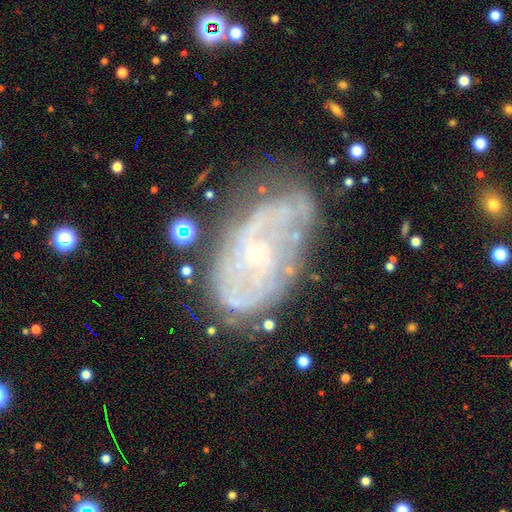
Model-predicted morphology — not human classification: A featured or disk galaxy (78%) with no bar (73%), tight (51%) spiral arms (79%) and a small central bulge (86%).

Vote fractions:
- Smooth or featured? featured or disk: 78% / smooth: 13% / star or artifact: 9%
- Edge-on disk? no: 95% / yes: 5%
- Bar? no: 73% / weak: 21% / strong: 6%
- Spiral arms? yes: 79% / no: 21%
- Spiral winding? tight: 51% / medium: 33% / loose: 16%
- Spiral arm count? can't tell: 44% / 2: 29% / 3: 10% / 4: 6% / 1: 5% / more than 4: 5%
- Bulge size? small: 86% / moderate: 10% / none: 2% / large: 1% / dominant: 1%
- Merging? none: 54% / minor disturbance: 26% / major disturbance: 15% / merger: 5%